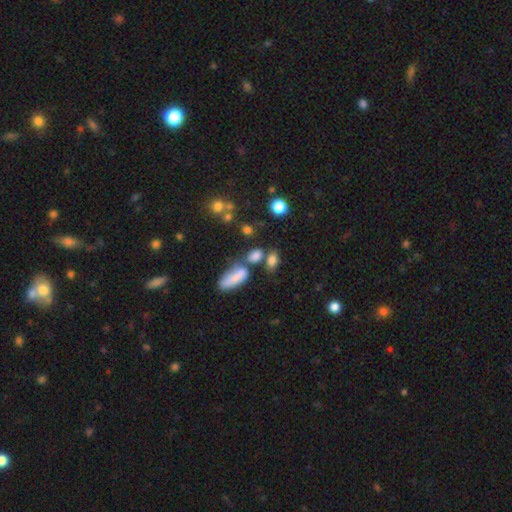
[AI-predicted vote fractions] Morphology: type=smooth (77%); roundness=in between (74%); merging=none (50%).